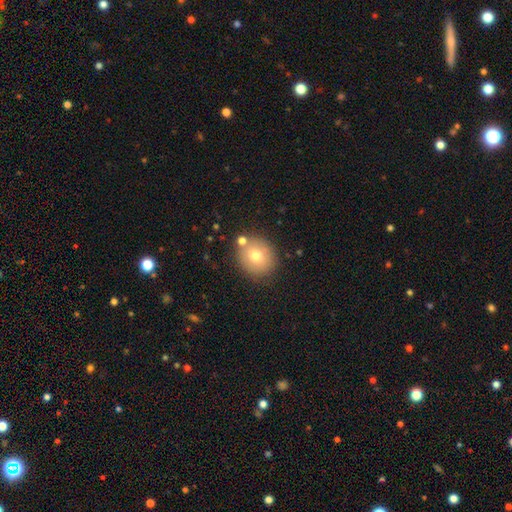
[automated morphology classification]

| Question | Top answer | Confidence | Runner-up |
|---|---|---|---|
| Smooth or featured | smooth | 74% | featured or disk (16%) |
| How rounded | round | 79% | in between (20%) |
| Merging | none | 78% | minor disturbance (11%) |